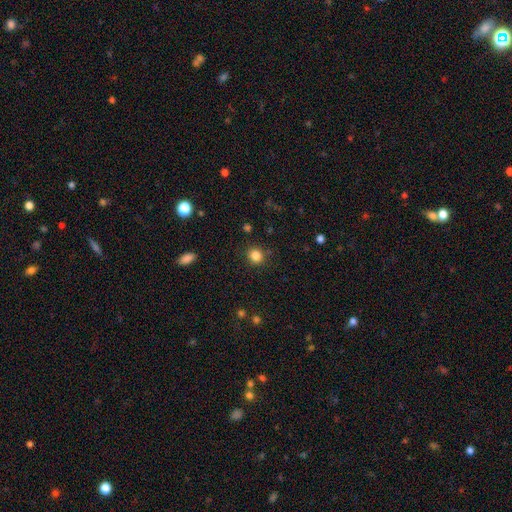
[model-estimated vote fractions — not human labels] The model was most divided on "how rounded": round: 85%, in between: 14%, cigar-shaped: 1%. More confident: merging — none (87%); smooth or featured — smooth (84%).